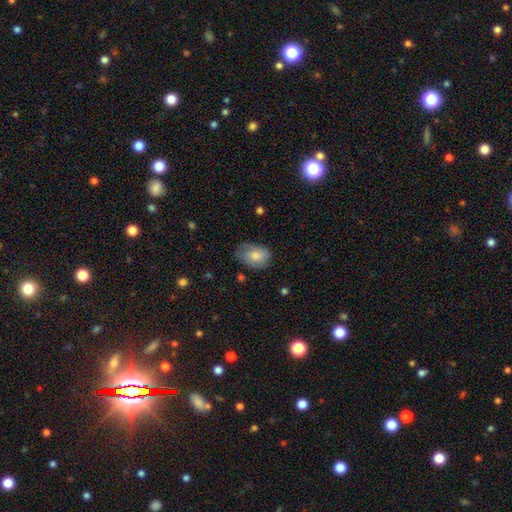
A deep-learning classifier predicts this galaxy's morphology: Smooth or featured? Predicted: smooth (p=0.75). How rounded? Predicted: in between (p=0.83). Merging? Predicted: none (p=0.62).